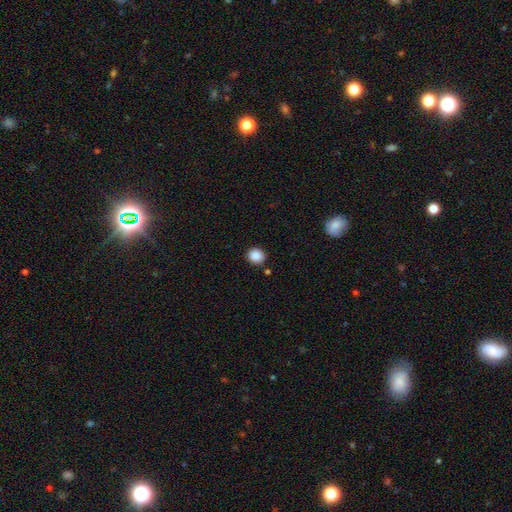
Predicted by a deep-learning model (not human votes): smooth 88%, star or artifact 9%, featured or disk 3%. Down the decision tree: how rounded — round (79%); merging — none (87%).